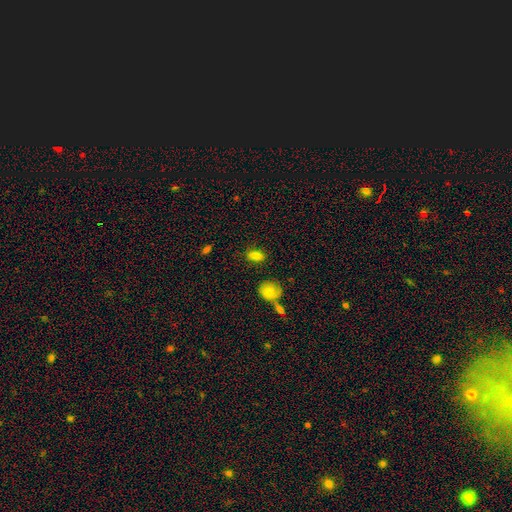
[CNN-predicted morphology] Smooth or featured: smooth — 84% (star or artifact — 9%)
How rounded: in between — 80% (cigar-shaped — 10%)
Merging: none — 79% (minor disturbance — 12%)